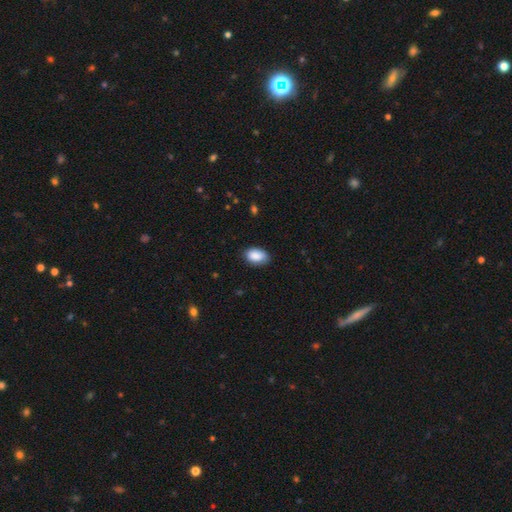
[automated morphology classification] Smooth or featured? smooth (88%)
How rounded? in between (91%)
Merging? none (81%)